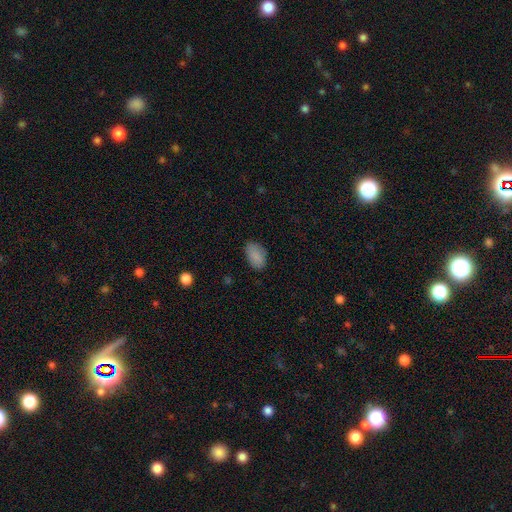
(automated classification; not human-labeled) A smooth galaxy with no disk features (87%) that is in between round and cigar-shaped (91%).

Vote fractions:
- Smooth or featured? smooth: 87% / star or artifact: 8% / featured or disk: 5%
- How rounded? in between: 91% / round: 7% / cigar-shaped: 1%
- Merging? none: 77% / minor disturbance: 18% / major disturbance: 4% / merger: 1%